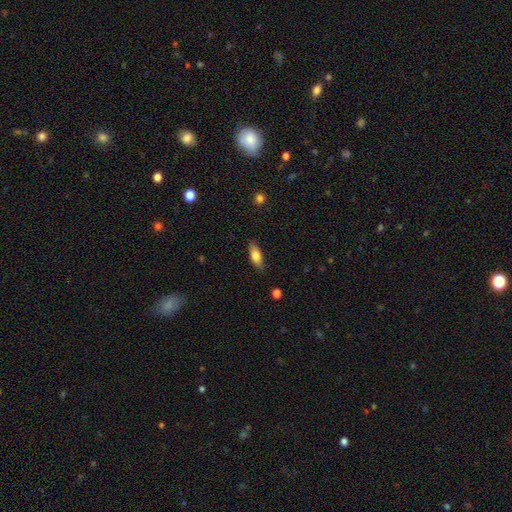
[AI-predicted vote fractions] Smooth or featured?
  - smooth: 77% *
  - featured or disk: 16%
  - star or artifact: 7%
How rounded?
  - in between: 76% *
  - cigar-shaped: 21%
  - round: 3%
Merging?
  - none: 79% *
  - minor disturbance: 17%
  - major disturbance: 3%
  - merger: 1%